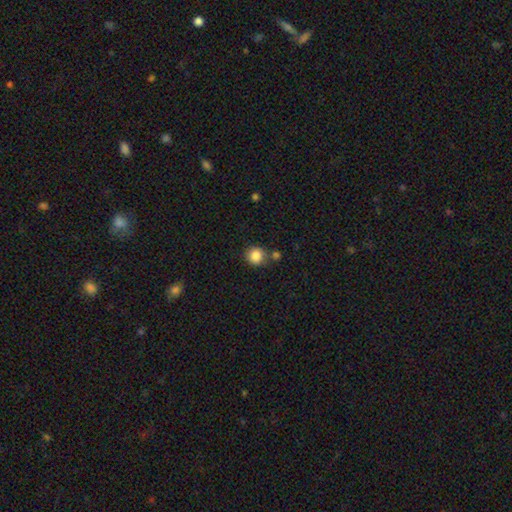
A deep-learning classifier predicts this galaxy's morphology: This appears to be a smooth galaxy with no disk features (86%) that is round (91%). Merging: none (75%).